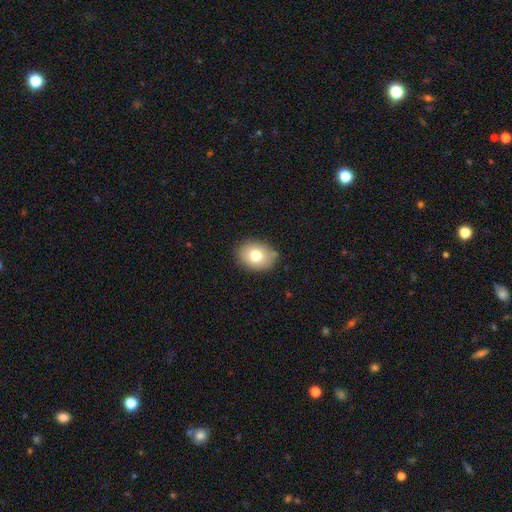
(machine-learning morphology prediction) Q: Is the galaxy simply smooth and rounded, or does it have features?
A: smooth — 75%.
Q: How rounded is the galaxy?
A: in between — 59%.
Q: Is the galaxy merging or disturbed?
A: none — 79%.